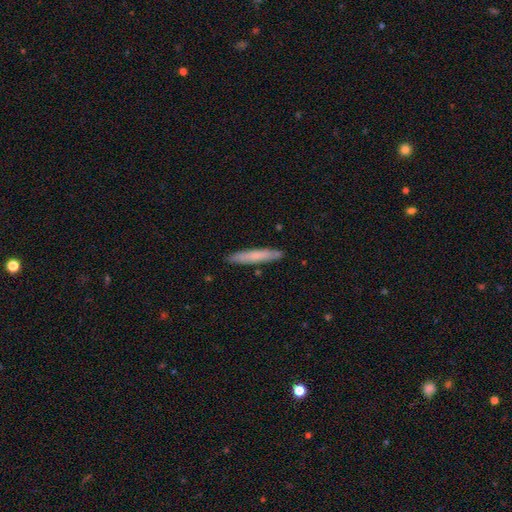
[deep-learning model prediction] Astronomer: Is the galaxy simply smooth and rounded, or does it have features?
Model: smooth — 69%.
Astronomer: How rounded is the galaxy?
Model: cigar-shaped — 94%.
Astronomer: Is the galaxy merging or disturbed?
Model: none — 89%.